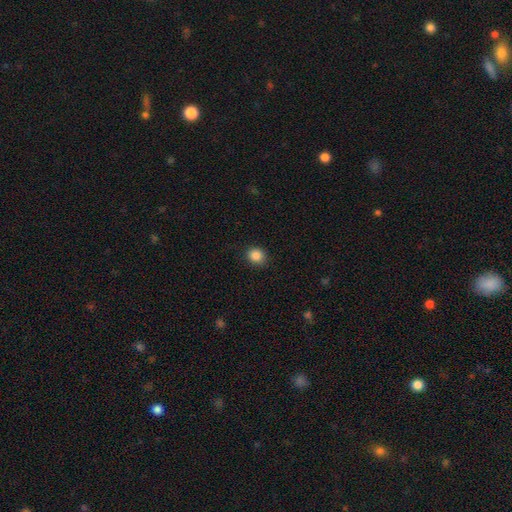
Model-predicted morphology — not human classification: Smooth or featured: smooth — 86% (star or artifact — 10%)
How rounded: round — 77% (in between — 22%)
Merging: none — 87% (minor disturbance — 9%)